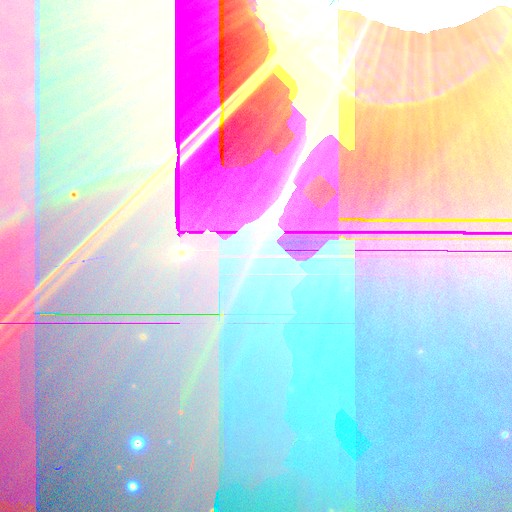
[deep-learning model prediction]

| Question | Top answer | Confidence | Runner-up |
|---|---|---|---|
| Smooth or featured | star or artifact | 84% | featured or disk (9%) |